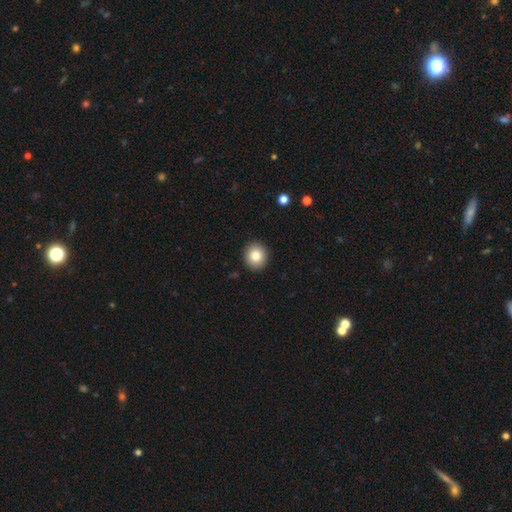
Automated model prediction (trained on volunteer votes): Overall: smooth (82%). How rounded: round (85%). Merging: none (92%).